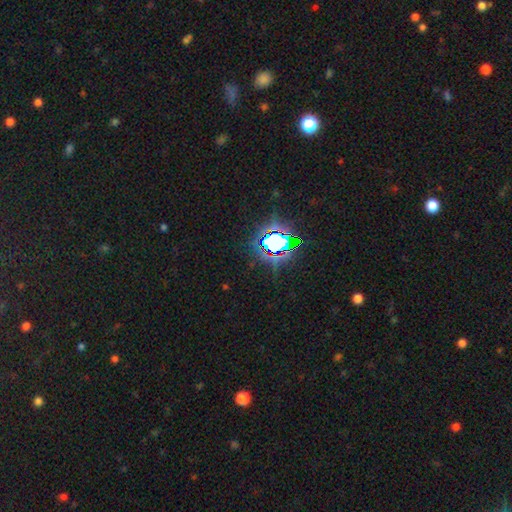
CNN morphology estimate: This appears to be a star or artifact, not a galaxy (82%).